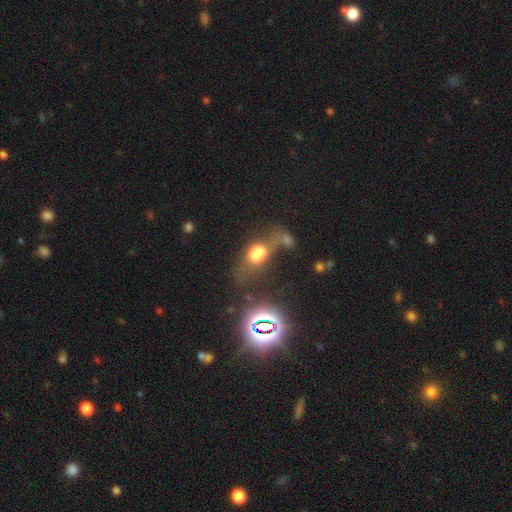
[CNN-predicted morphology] Overall: smooth (57%; featured or disk 26%). How rounded: in between (67%; round 28%). Merging: merger (44%; major disturbance 25%).